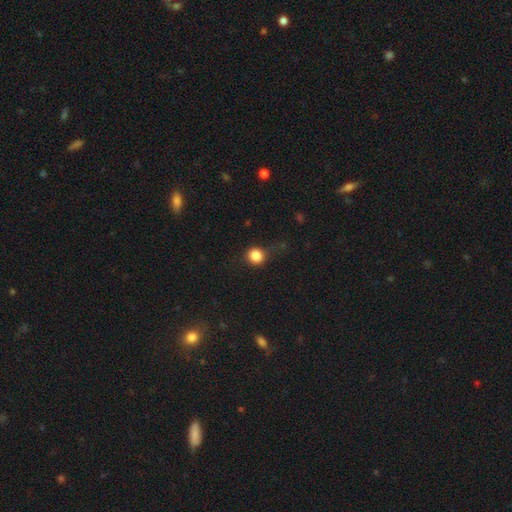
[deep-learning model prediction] Q: Smooth or featured?
A: smooth (85%); runner-up: star or artifact (11%)
Q: How rounded?
A: round (85%); runner-up: in between (14%)
Q: Merging?
A: none (75%); runner-up: minor disturbance (17%)